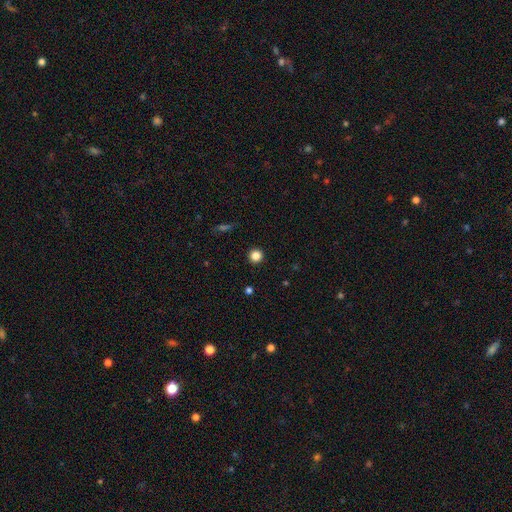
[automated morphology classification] Q: Smooth or featured?
A: smooth (84%); runner-up: star or artifact (12%)
Q: How rounded?
A: round (96%); runner-up: in between (3%)
Q: Merging?
A: none (93%); runner-up: minor disturbance (4%)